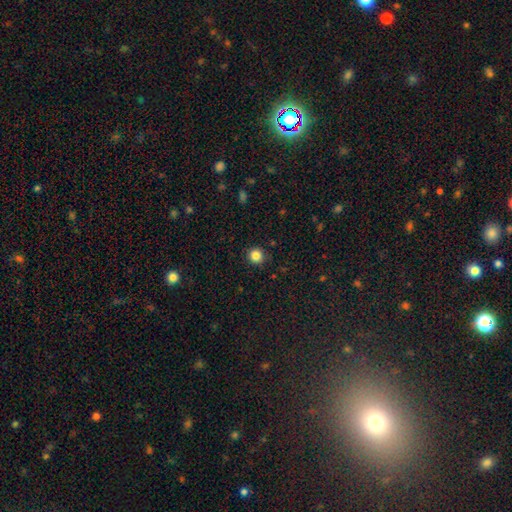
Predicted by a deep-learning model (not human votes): This is clearly a smooth galaxy (84%). How rounded: clearly round (93%). Merging: clearly none (90%).